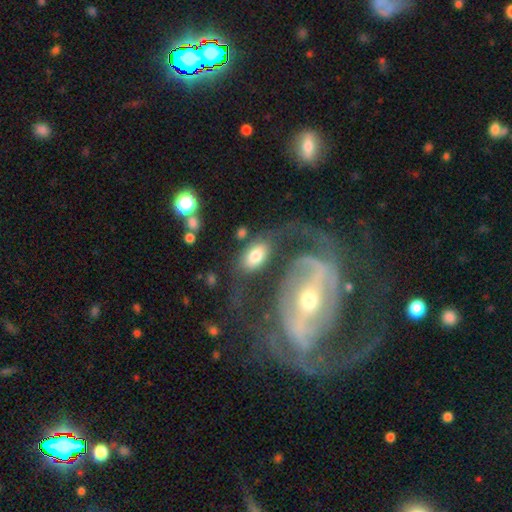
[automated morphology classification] This appears to be a smooth galaxy with no disk features (70%) that is in between round and cigar-shaped (92%). Merging: none (54%).